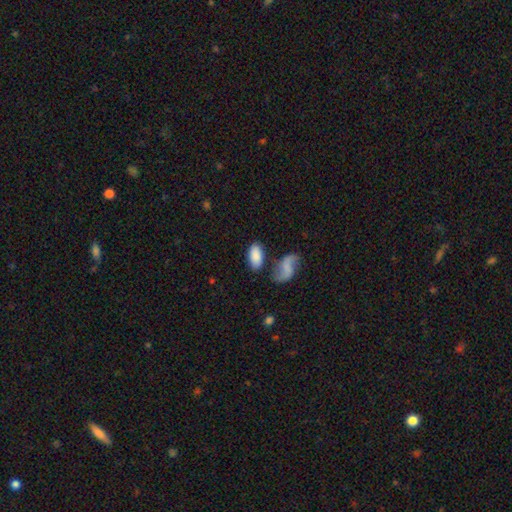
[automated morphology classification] This appears to be a smooth galaxy with no disk features (83%) that is in between round and cigar-shaped (94%). Merging: none (63%).